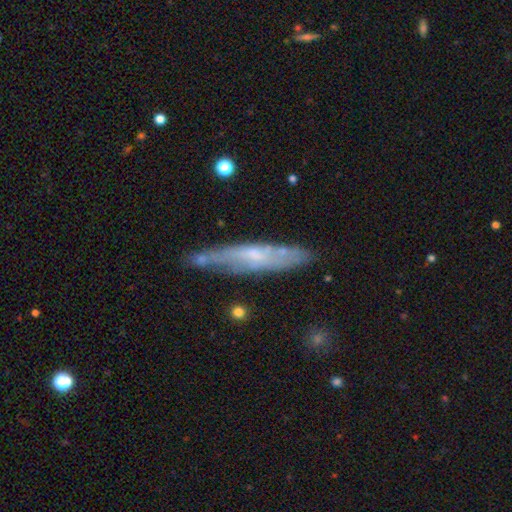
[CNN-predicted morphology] Smooth or featured? Predicted: featured or disk (p=0.57). Edge-on disk? Predicted: yes (p=0.68). Merging? Predicted: none (p=0.69).